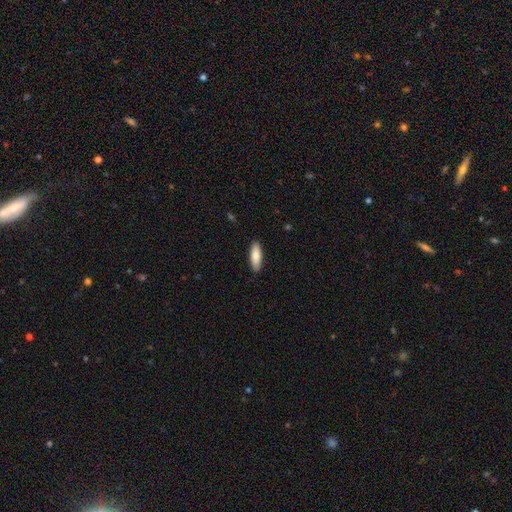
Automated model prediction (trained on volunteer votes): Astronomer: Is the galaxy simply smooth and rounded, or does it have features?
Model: smooth — 81%.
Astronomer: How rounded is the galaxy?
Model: in between — 55% (runner-up: cigar-shaped, 44%).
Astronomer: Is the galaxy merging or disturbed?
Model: none — 89%.